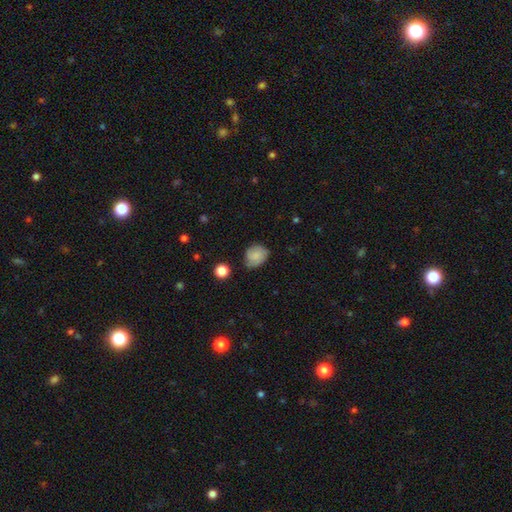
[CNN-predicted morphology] The model was most divided on "how rounded": round: 60%, in between: 39%, cigar-shaped: 1%. More confident: smooth or featured — smooth (68%); merging — none (66%).